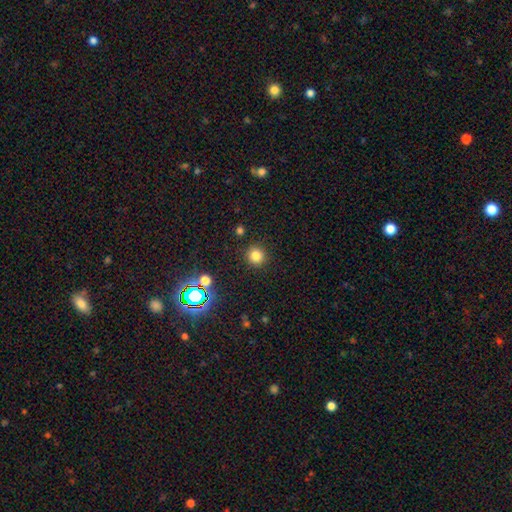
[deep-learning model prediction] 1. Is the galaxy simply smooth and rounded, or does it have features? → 79% smooth, 16% star or artifact, 5% featured or disk.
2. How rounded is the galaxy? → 93% round, 6% in between, 1% cigar-shaped.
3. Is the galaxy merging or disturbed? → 90% none, 6% minor disturbance, 2% major disturbance, 2% merger.